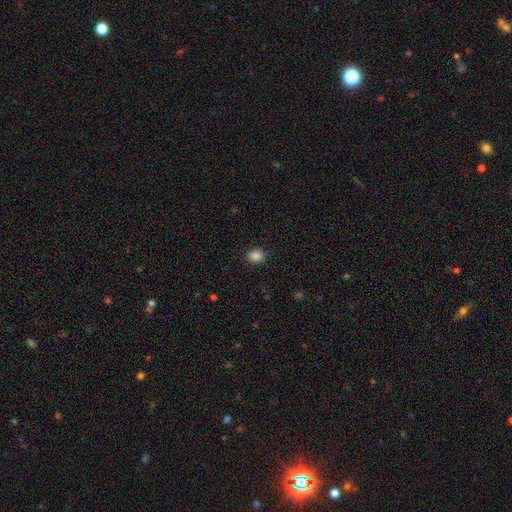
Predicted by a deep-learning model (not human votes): A smooth galaxy with no disk features (86%) that is round (58%). Merging: none (89%).